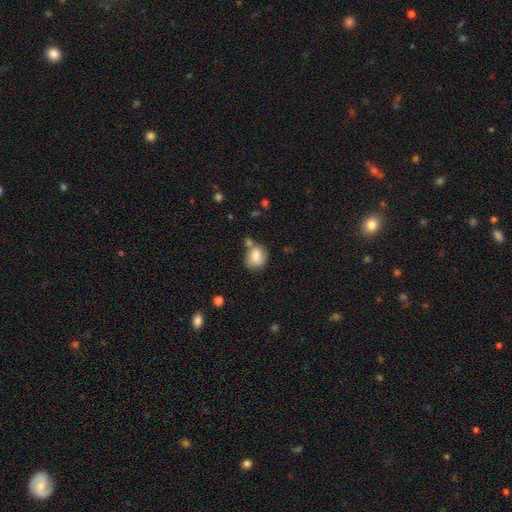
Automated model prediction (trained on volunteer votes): smooth-or-featured: smooth: 78% | featured or disk: 13% | star or artifact: 9%
  how-rounded: round: 69% | in between: 30% | cigar-shaped: 1%
  merging: none: 54% | minor disturbance: 20% | merger: 20% | major disturbance: 6%